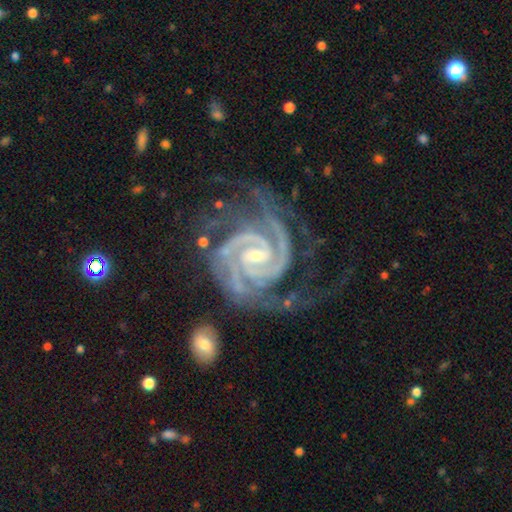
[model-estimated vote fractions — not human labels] featured or disk 94%, star or artifact 4%, smooth 2%. Down the decision tree: edge-on disk — no (98%); bar — weak (47%); spiral arms — yes (99%); spiral arm count — 2 (52%); spiral winding — tight (70%); bulge size — small (59%); merging — none (53%).